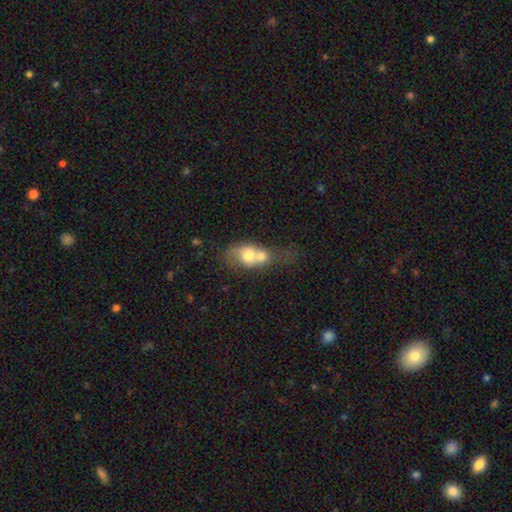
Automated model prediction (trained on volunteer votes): Smooth or featured: smooth — 62% (featured or disk — 29%)
How rounded: in between — 55% (round — 38%)
Merging: merger — 70% (none — 15%)